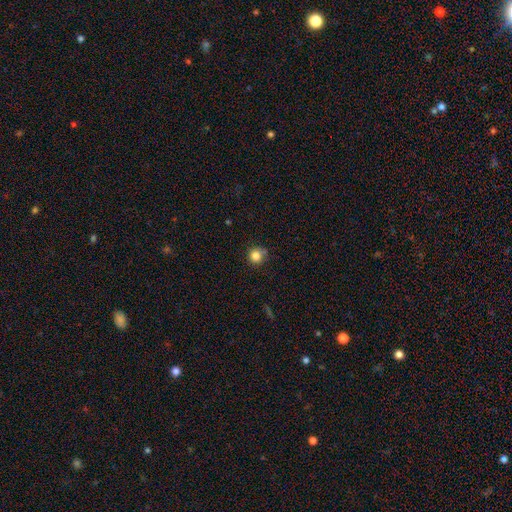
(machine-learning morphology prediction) This is clearly a smooth galaxy (83%). How rounded: clearly round (93%). Merging: likely none (76%).